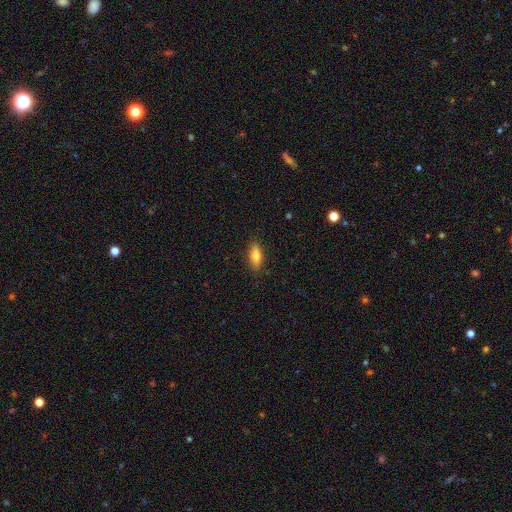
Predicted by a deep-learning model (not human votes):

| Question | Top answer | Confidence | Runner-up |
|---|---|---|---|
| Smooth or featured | smooth | 71% | featured or disk (22%) |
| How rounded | in between | 66% | cigar-shaped (31%) |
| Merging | none | 87% | minor disturbance (10%) |